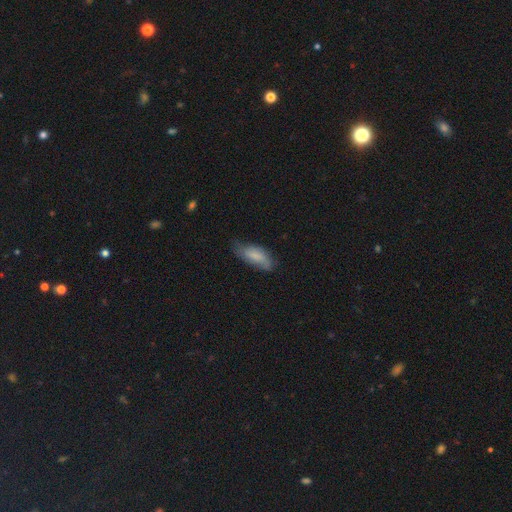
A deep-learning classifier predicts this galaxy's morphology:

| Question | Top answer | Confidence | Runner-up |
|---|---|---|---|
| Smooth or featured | smooth | 74% | featured or disk (19%) |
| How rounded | in between | 75% | cigar-shaped (23%) |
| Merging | none | 52% | minor disturbance (36%) |